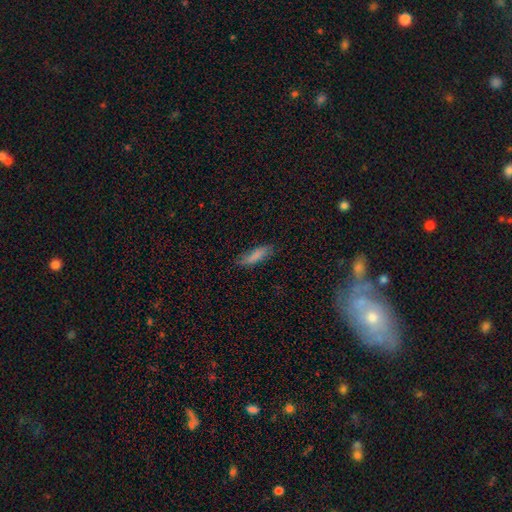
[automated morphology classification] A smooth galaxy with no disk features (80%) that is cigar-shaped (58%). Merging: none (69%).